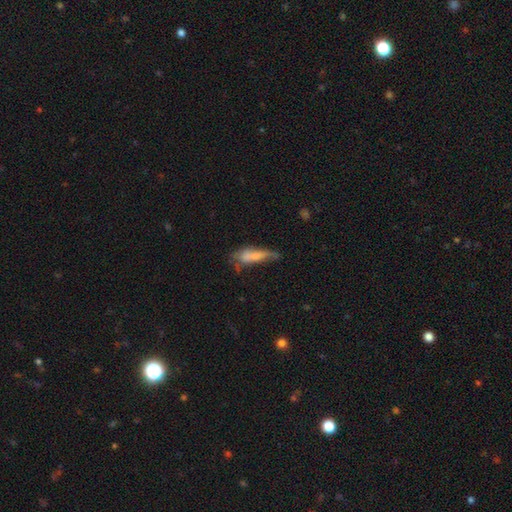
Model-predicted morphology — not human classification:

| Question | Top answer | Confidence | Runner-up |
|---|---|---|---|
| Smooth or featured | smooth | 55% | featured or disk (35%) |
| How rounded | cigar-shaped | 65% | in between (32%) |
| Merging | none | 34% | minor disturbance (30%) |